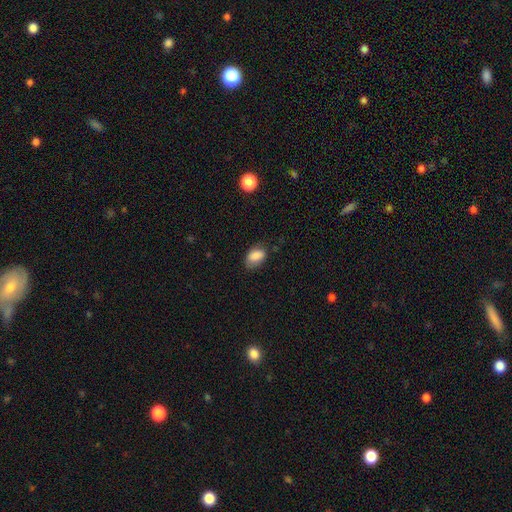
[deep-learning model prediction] Smooth or featured? Predicted: smooth (p=0.84). How rounded? Predicted: in between (p=0.87). Merging? Predicted: none (p=0.63).